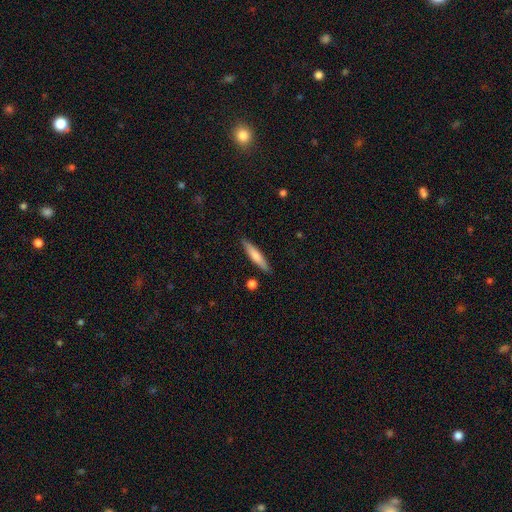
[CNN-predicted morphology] A smooth galaxy with no disk features (66%) that is cigar-shaped (89%). Merging: none (88%).